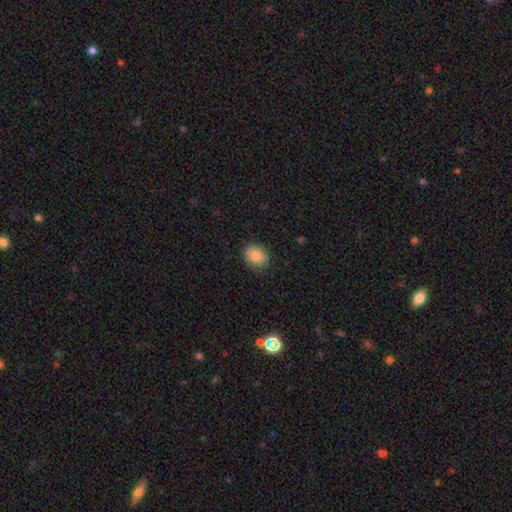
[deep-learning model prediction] This appears to be a smooth galaxy with no disk features (84%) that is round (58%). Merging: none (85%).